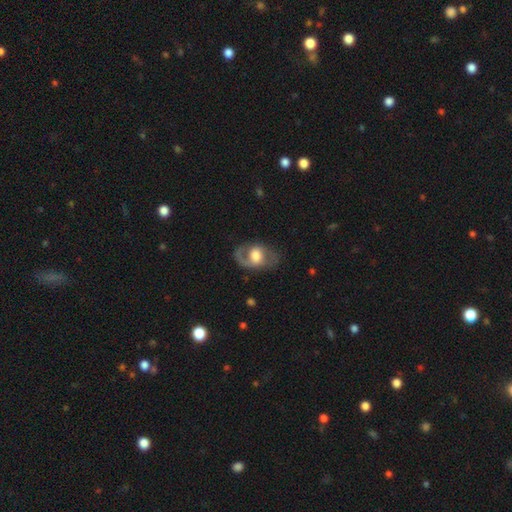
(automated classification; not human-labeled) Overall: featured or disk (70%). Edge-on disk: no (95%). Bar: no (55%; weak 35%). Spiral arms: yes (79%). Spiral arm count: 2 (78%). Spiral winding: medium (49%; loose 32%). Bulge size: moderate (45%; large 43%). Merging: none (70%).